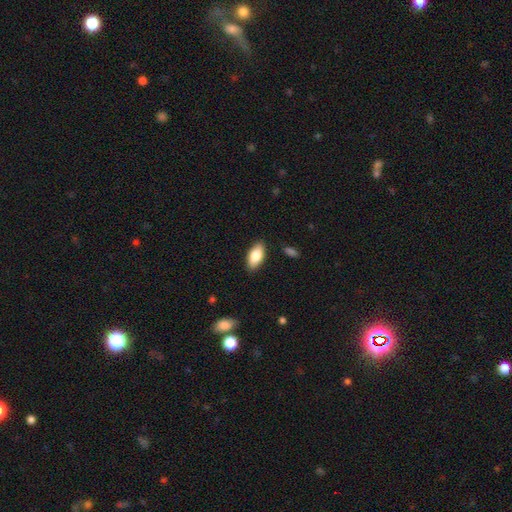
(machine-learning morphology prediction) Overall: smooth (82%). How rounded: in between (91%). Merging: none (87%).